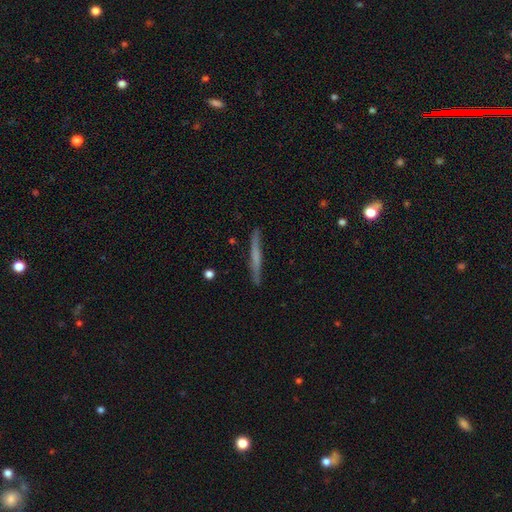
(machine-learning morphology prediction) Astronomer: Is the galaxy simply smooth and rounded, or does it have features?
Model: featured or disk — 51% (runner-up: smooth, 42%).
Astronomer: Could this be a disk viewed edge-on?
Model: yes — 96%.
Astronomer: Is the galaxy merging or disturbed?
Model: none — 88%.